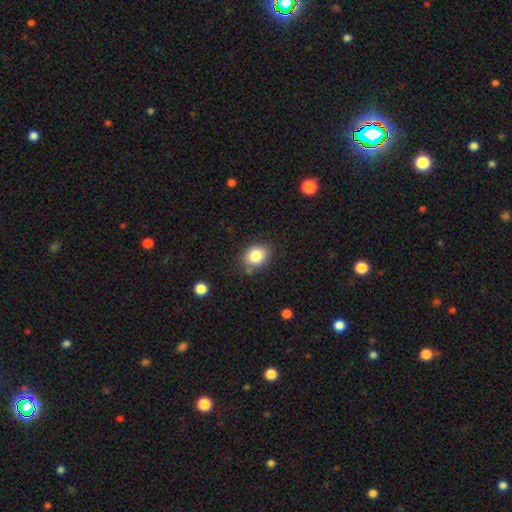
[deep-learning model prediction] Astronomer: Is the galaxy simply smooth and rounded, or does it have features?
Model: smooth — 83%.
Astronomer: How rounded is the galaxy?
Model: round — 55% (runner-up: in between, 44%).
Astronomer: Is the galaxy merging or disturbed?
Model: none — 79%.